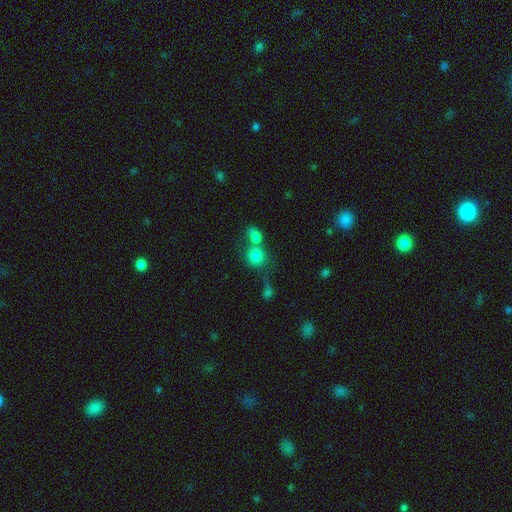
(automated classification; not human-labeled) The model was most divided on "merging": merger: 43%, none: 42%, minor disturbance: 9%, major disturbance: 6%. More confident: how rounded — round (82%); smooth or featured — smooth (77%).